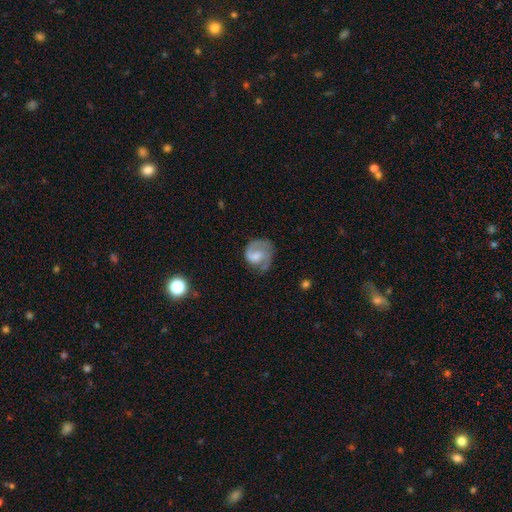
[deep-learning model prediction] Smooth or featured? Predicted: featured or disk (p=0.64). Edge-on disk? Predicted: no (p=0.98). Bar? Predicted: no (p=0.51). Spiral arms? Predicted: yes (p=0.88). Spiral winding? Predicted: medium (p=0.43). Spiral arm count? Predicted: 2 (p=0.50). Bulge size? Predicted: moderate (p=0.33). Merging? Predicted: none (p=0.52).